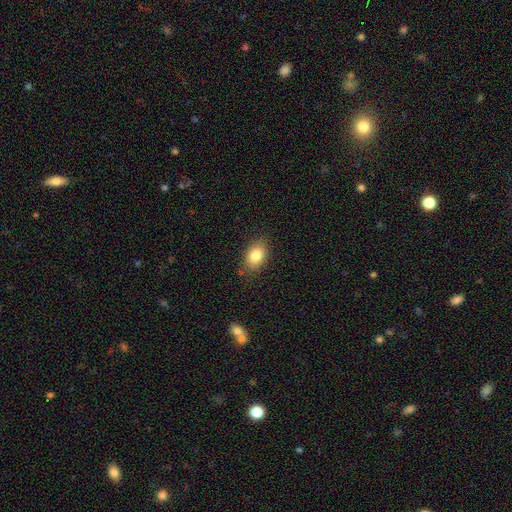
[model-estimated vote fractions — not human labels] A smooth galaxy with no disk features (83%) that is in between round and cigar-shaped (81%).

Vote fractions:
- Smooth or featured? smooth: 83% / star or artifact: 9% / featured or disk: 8%
- How rounded? in between: 81% / round: 17% / cigar-shaped: 1%
- Merging? none: 82% / minor disturbance: 13% / major disturbance: 3% / merger: 1%